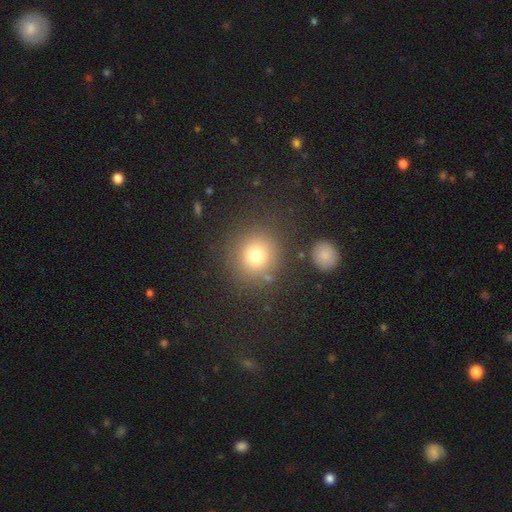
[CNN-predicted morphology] smooth-or-featured: smooth: 77% | star or artifact: 14% | featured or disk: 9%
  how-rounded: round: 89% | in between: 10% | cigar-shaped: 1%
  merging: none: 83% | minor disturbance: 8% | major disturbance: 4% | merger: 4%